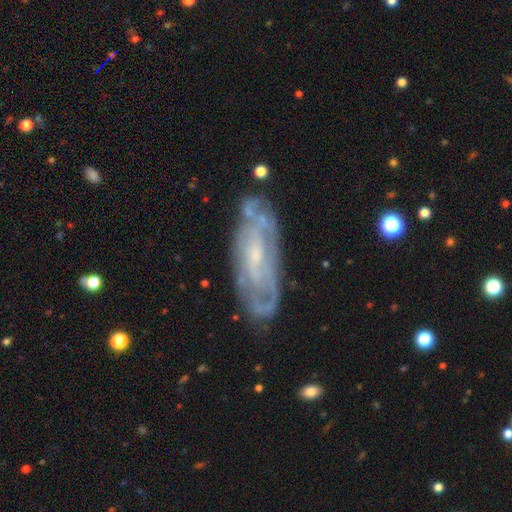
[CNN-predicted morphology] smooth-or-featured: featured or disk: 75% | smooth: 18% | star or artifact: 7%
  disk-edge-on: no: 84% | yes: 16%
    bar: no: 49% | weak: 40% | strong: 11%
    has-spiral-arms: yes: 76% | no: 24%
    bulge-size: small: 59% | moderate: 29% | none: 9% | large: 2% | dominant: 1%
  merging: none: 74% | minor disturbance: 18% | major disturbance: 5% | merger: 3%